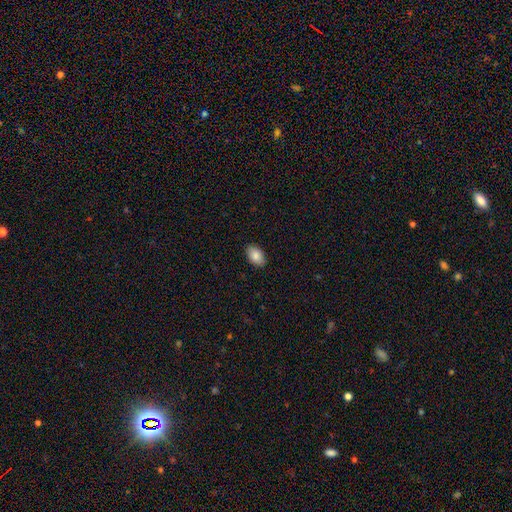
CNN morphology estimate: A smooth galaxy with no disk features (88%) that is in between round and cigar-shaped (92%).

Vote fractions:
- Smooth or featured? smooth: 88% / star or artifact: 7% / featured or disk: 6%
- How rounded? in between: 92% / round: 6% / cigar-shaped: 1%
- Merging? none: 89% / minor disturbance: 8% / major disturbance: 2% / merger: 1%